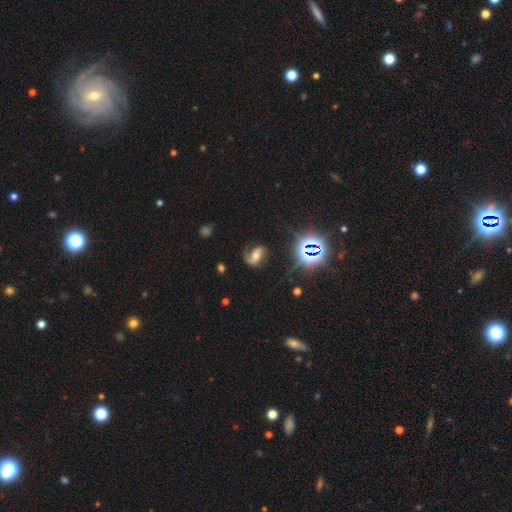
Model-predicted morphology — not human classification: type=featured or disk (62%); edge-on=no (96%); bar=no (39%); spiral arms=yes (89%); winding=loose (49%); arm count=2 (68%); bulge=moderate (62%); merging=none (59%).